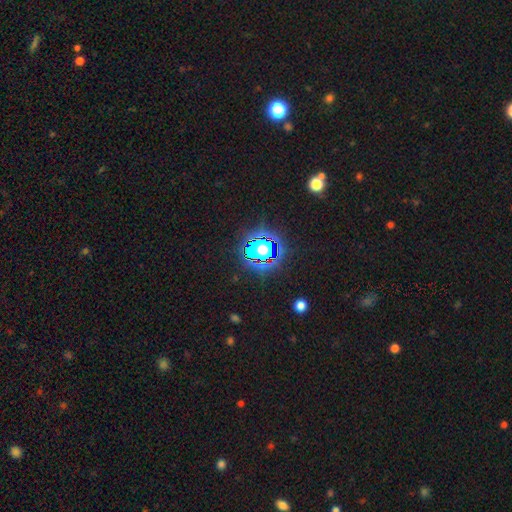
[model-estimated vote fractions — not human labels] This is likely a star or artifact rather than a galaxy (70%).